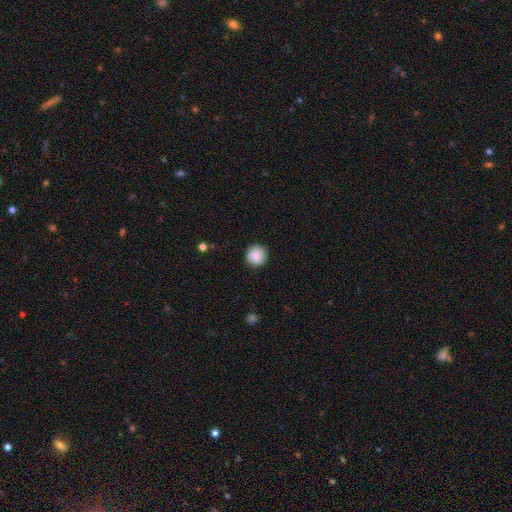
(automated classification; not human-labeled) Smooth or featured? Predicted: smooth (p=0.85). How rounded? Predicted: round (p=0.95). Merging? Predicted: none (p=0.91).